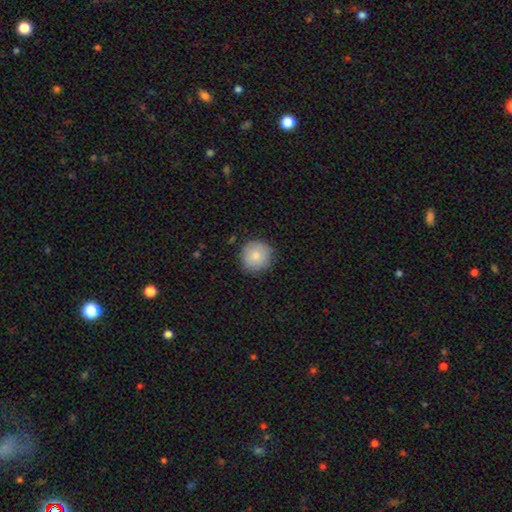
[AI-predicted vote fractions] A smooth galaxy with no disk features (83%) that is round (95%).

Vote fractions:
- Smooth or featured? smooth: 83% / featured or disk: 9% / star or artifact: 8%
- How rounded? round: 95% / in between: 4% / cigar-shaped: 1%
- Merging? none: 87% / minor disturbance: 10% / major disturbance: 2% / merger: 1%